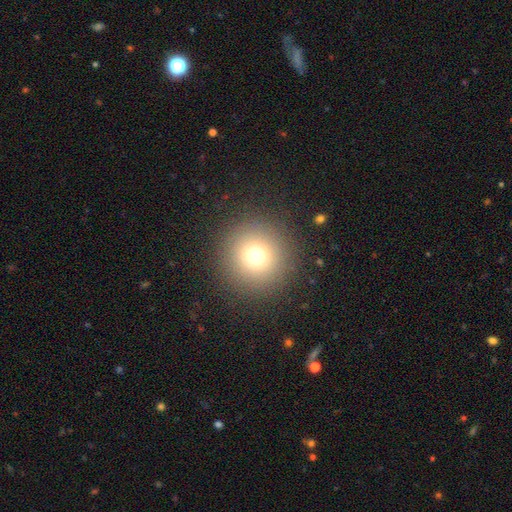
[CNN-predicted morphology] smooth_or_featured: smooth (p=0.74) [alt: star or artifact p=0.16]
how_rounded: round (p=0.97) [alt: in between p=0.02]
merging: none (p=0.91) [alt: minor disturbance p=0.05]